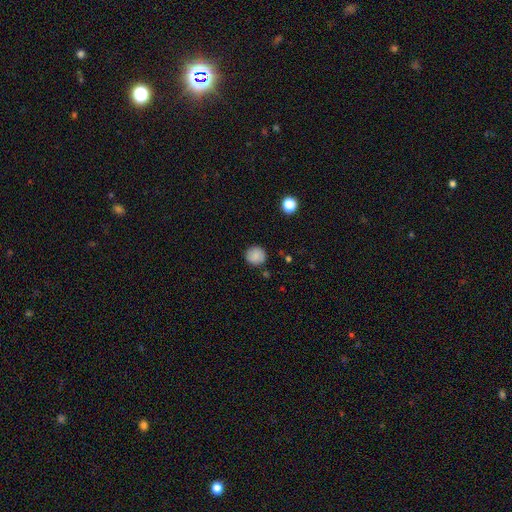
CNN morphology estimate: The model was most divided on "smooth or featured": smooth: 86%, star or artifact: 9%, featured or disk: 5%. More confident: how rounded — round (91%); merging — none (87%).